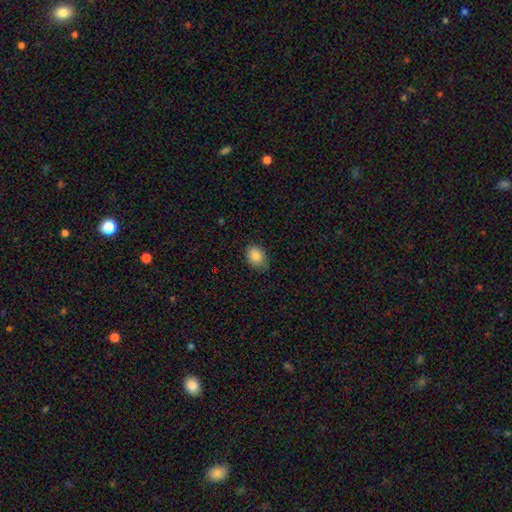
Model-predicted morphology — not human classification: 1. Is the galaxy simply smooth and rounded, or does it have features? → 85% smooth, 9% star or artifact, 6% featured or disk.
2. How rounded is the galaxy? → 69% in between, 30% round, 1% cigar-shaped.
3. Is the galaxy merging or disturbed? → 77% none, 19% minor disturbance, 3% major disturbance, 1% merger.